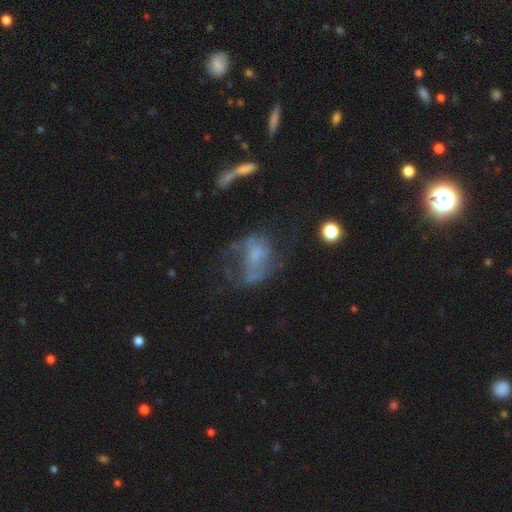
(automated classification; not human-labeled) A featured or disk galaxy (57%) with no bar (70%), no spiral arms (52%) and no central bulge (38%). Merging: major disturbance (38%).